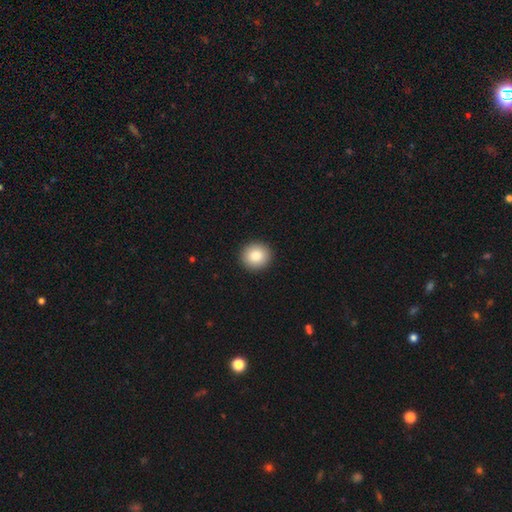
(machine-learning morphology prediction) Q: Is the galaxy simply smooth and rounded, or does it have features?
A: smooth — 84%.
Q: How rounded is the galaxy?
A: round — 92%.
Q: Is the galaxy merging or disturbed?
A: none — 93%.